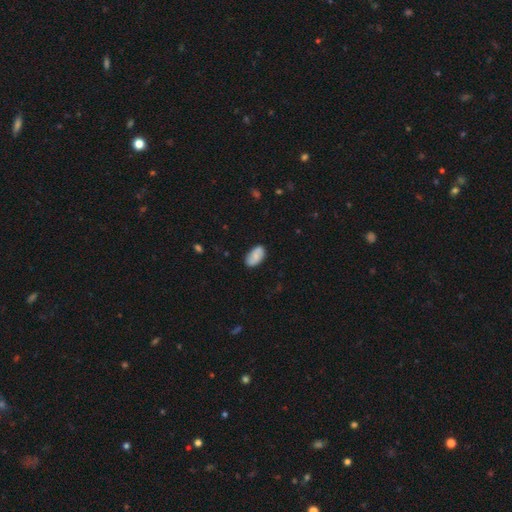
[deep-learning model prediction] smooth-or-featured: smooth: 65% | featured or disk: 28% | star or artifact: 7%
  how-rounded: in between: 94% | round: 4% | cigar-shaped: 2%
  merging: none: 80% | minor disturbance: 15% | major disturbance: 3% | merger: 2%